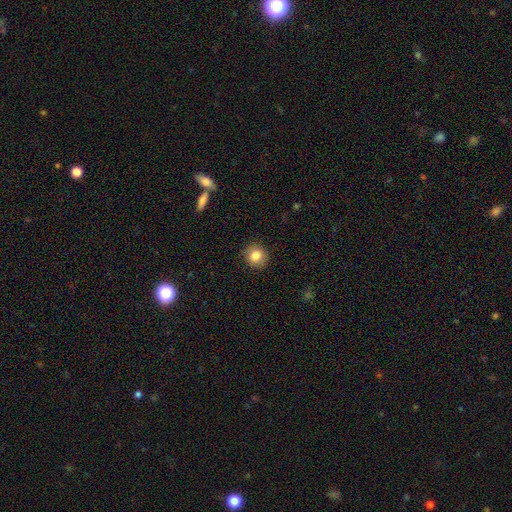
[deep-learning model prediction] Overall: smooth (83%). How rounded: round (88%). Merging: none (91%).